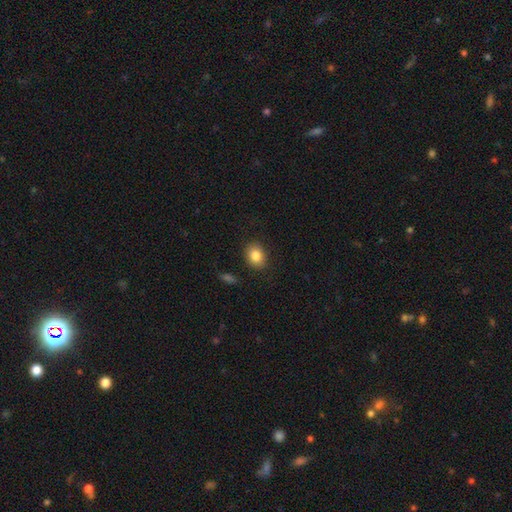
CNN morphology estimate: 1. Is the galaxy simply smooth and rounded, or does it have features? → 84% smooth, 9% star or artifact, 7% featured or disk.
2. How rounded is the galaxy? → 53% in between, 46% round, 1% cigar-shaped.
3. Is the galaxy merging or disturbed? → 87% none, 9% minor disturbance, 2% major disturbance, 1% merger.